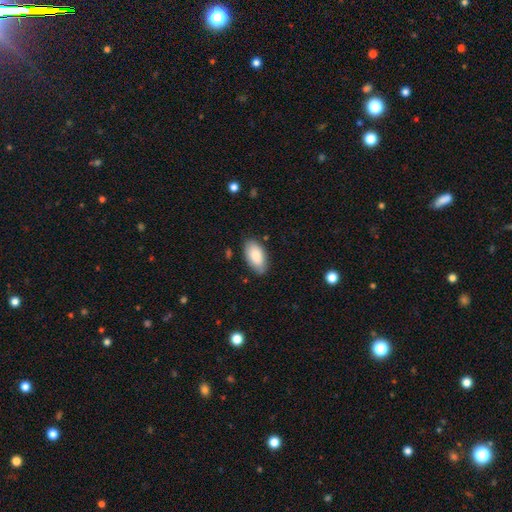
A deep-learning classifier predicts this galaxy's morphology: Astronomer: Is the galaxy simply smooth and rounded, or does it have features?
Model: smooth — 86%.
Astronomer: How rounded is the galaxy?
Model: in between — 95%.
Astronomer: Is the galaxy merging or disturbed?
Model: none — 82%.